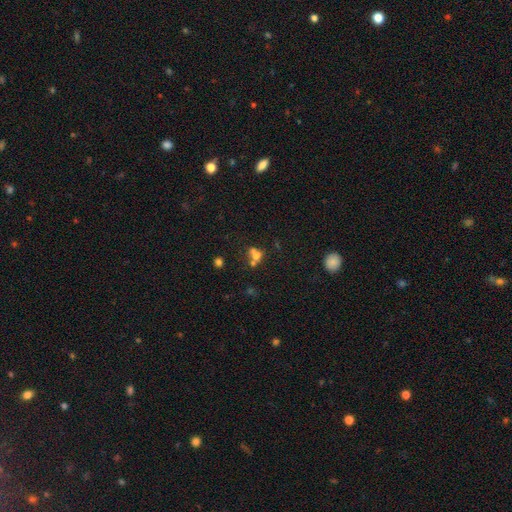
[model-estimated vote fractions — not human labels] smooth_or_featured: smooth (p=0.54) [alt: featured or disk p=0.24]
how_rounded: round (p=0.67) [alt: in between p=0.31]
merging: merger (p=0.56) [alt: none p=0.31]